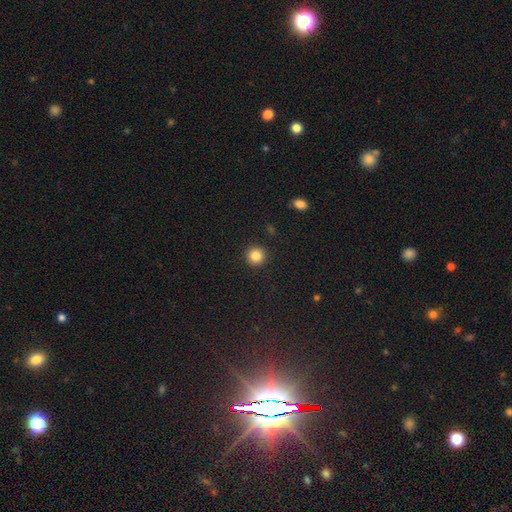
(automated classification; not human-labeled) Smooth or featured? Predicted: smooth (p=0.86). How rounded? Predicted: round (p=0.94). Merging? Predicted: none (p=0.92).